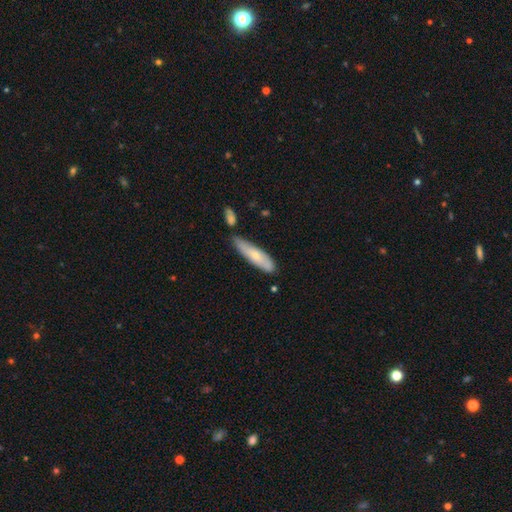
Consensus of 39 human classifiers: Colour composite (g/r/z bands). It shows a smooth galaxy with no disk features (74%) that is cigar-shaped (72%). Merging: none (44%, tied with minor disturbance).